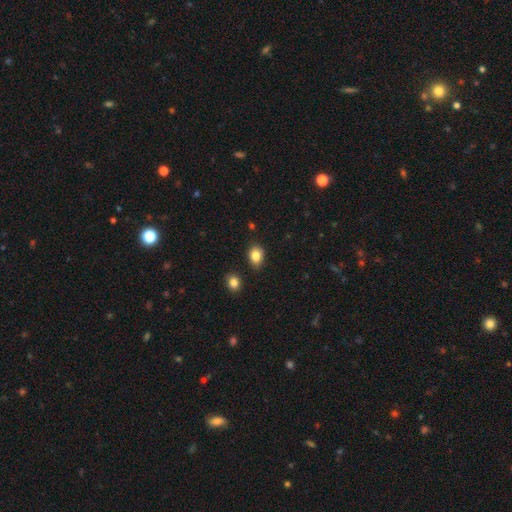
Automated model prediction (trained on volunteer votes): A smooth galaxy with no disk features (85%) that is in between round and cigar-shaped (68%).

Vote fractions:
- Smooth or featured? smooth: 85% / star or artifact: 9% / featured or disk: 6%
- How rounded? in between: 68% / round: 31% / cigar-shaped: 1%
- Merging? none: 83% / minor disturbance: 12% / merger: 3% / major disturbance: 2%